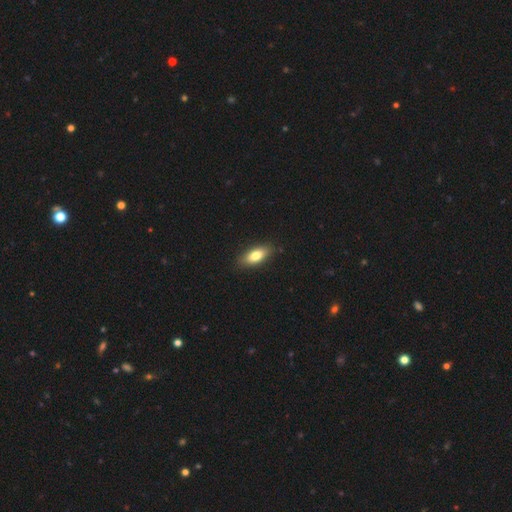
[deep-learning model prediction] smooth 78%, featured or disk 15%, star or artifact 7%. Down the decision tree: how rounded — in between (82%); merging — none (87%).